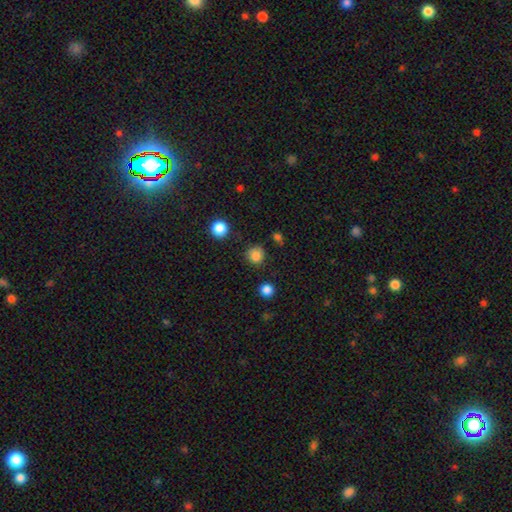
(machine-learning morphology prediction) smooth-or-featured: smooth: 83% | star or artifact: 13% | featured or disk: 4%
  how-rounded: round: 93% | in between: 6% | cigar-shaped: 1%
  merging: none: 85% | minor disturbance: 9% | major disturbance: 3% | merger: 2%